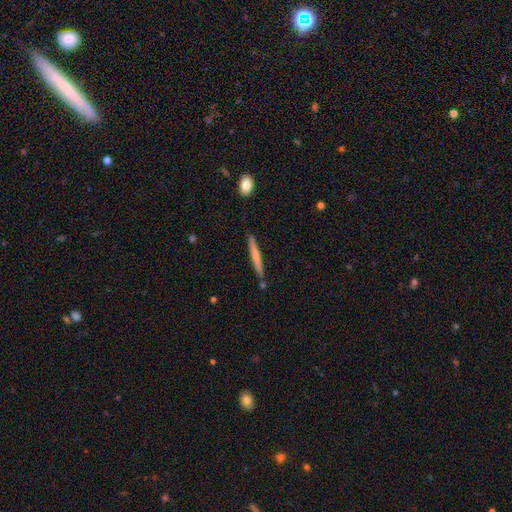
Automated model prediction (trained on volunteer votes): This appears to be a smooth galaxy with no disk features (60%) that is cigar-shaped (96%). Merging: none (84%).